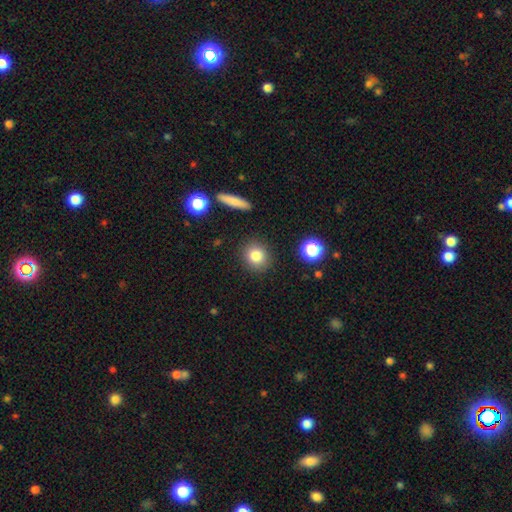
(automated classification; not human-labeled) A smooth galaxy with no disk features (82%) that is round (82%).

Vote fractions:
- Smooth or featured? smooth: 82% / star or artifact: 11% / featured or disk: 7%
- How rounded? round: 82% / in between: 16% / cigar-shaped: 1%
- Merging? none: 88% / minor disturbance: 7% / major disturbance: 2% / merger: 2%